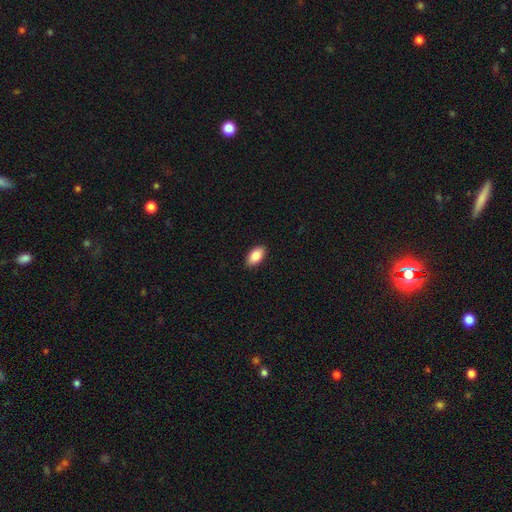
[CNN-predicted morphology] type=smooth (88%); roundness=in between (94%); merging=none (90%).